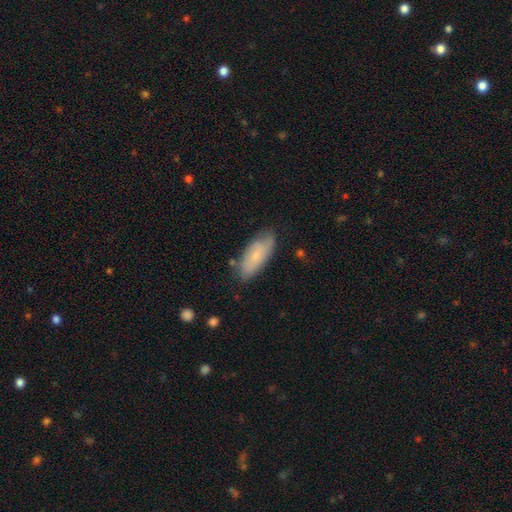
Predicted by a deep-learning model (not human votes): Overall: smooth (66%; featured or disk 27%). How rounded: in between (80%). Merging: none (73%).